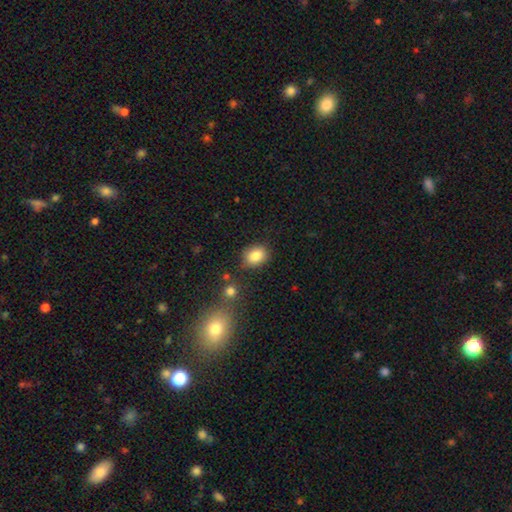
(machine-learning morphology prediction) Smooth or featured? Predicted: smooth (p=0.85). How rounded? Predicted: in between (p=0.52). Merging? Predicted: none (p=0.81).